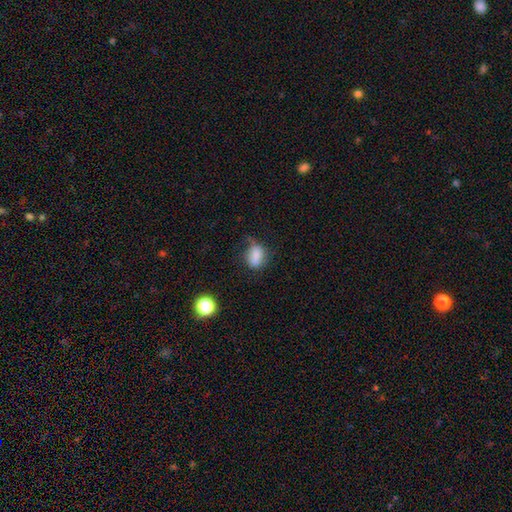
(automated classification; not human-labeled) Smooth or featured: smooth — 77% (featured or disk — 12%)
How rounded: in between — 74% (round — 23%)
Merging: none — 42% (minor disturbance — 35%)